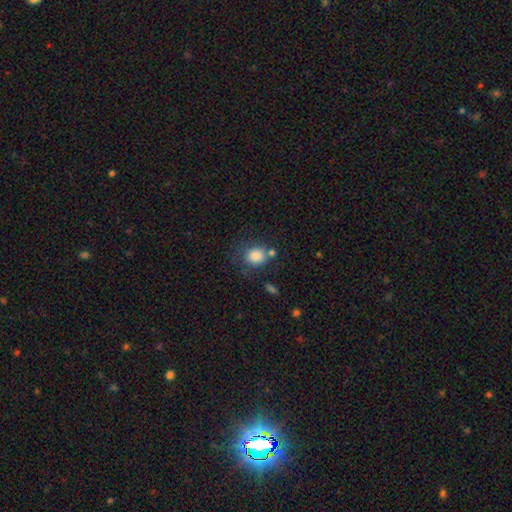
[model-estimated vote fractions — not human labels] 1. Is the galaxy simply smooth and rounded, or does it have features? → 84% smooth, 9% star or artifact, 6% featured or disk.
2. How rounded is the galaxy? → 68% round, 31% in between, 1% cigar-shaped.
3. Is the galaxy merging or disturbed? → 64% none, 17% minor disturbance, 11% merger, 8% major disturbance.